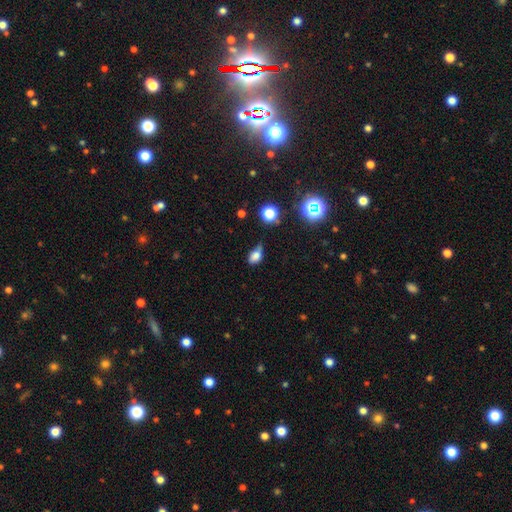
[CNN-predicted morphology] A smooth galaxy with no disk features (74%) that is in between round and cigar-shaped (75%). Merging: none (38%).